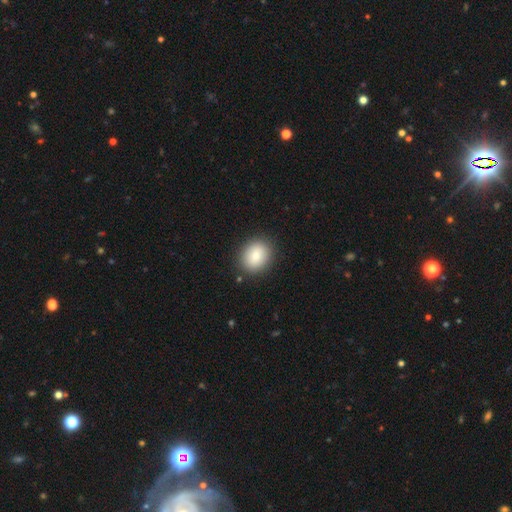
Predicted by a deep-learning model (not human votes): This is clearly a smooth galaxy (83%). How rounded: possibly round (58%). Merging: clearly none (89%).